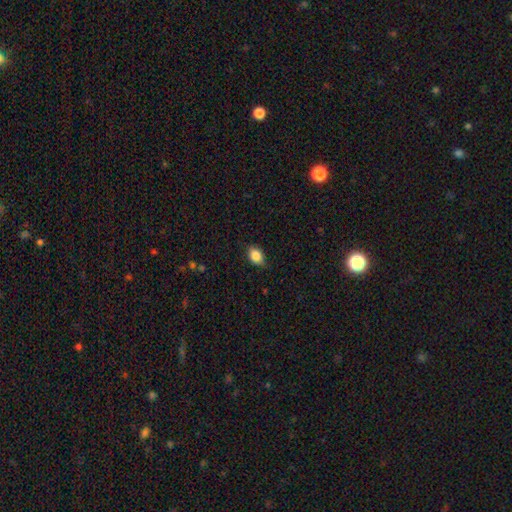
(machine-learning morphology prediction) This appears to be a smooth galaxy with no disk features (86%) that is in between round and cigar-shaped (77%). Merging: none (81%).